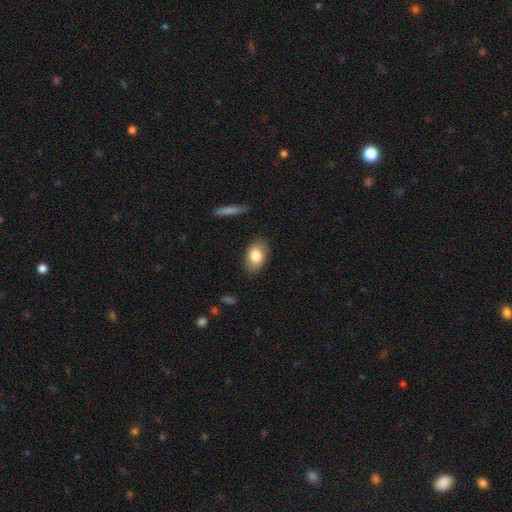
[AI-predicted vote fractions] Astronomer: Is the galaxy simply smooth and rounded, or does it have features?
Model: smooth — 81%.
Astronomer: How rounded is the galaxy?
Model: in between — 89%.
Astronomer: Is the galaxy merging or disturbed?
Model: none — 85%.